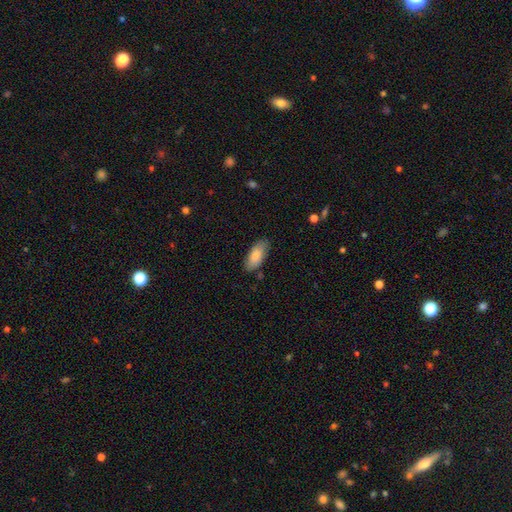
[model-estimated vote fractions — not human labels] Q: Smooth or featured?
A: smooth (85%); runner-up: featured or disk (9%)
Q: How rounded?
A: in between (88%); runner-up: cigar-shaped (10%)
Q: Merging?
A: none (81%); runner-up: minor disturbance (15%)